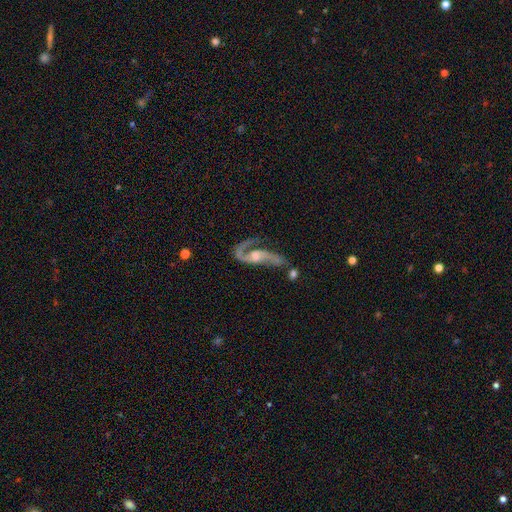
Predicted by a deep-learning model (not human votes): This appears to be a featured or disk galaxy (87%) with no bar (51%), 2 (82%) loose (54%) spiral arms (95%) and a moderate central bulge (52%). Merging: none (45%).